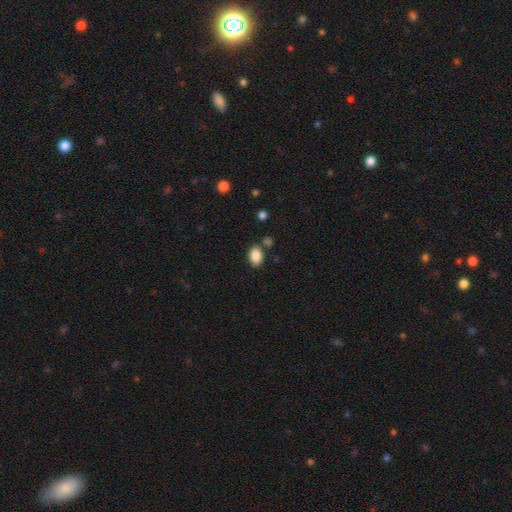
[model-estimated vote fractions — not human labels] Overall: smooth (87%). How rounded: in between (82%). Merging: none (78%).